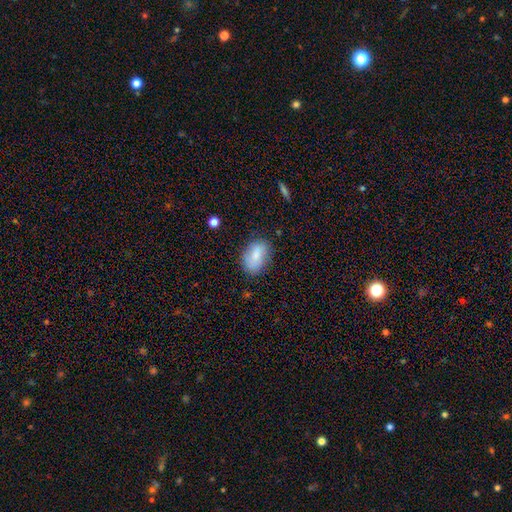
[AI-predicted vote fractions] A smooth galaxy with no disk features (77%) that is in between round and cigar-shaped (87%).

Vote fractions:
- Smooth or featured? smooth: 77% / featured or disk: 16% / star or artifact: 8%
- How rounded? in between: 87% / round: 11% / cigar-shaped: 2%
- Merging? none: 73% / minor disturbance: 19% / major disturbance: 5% / merger: 2%